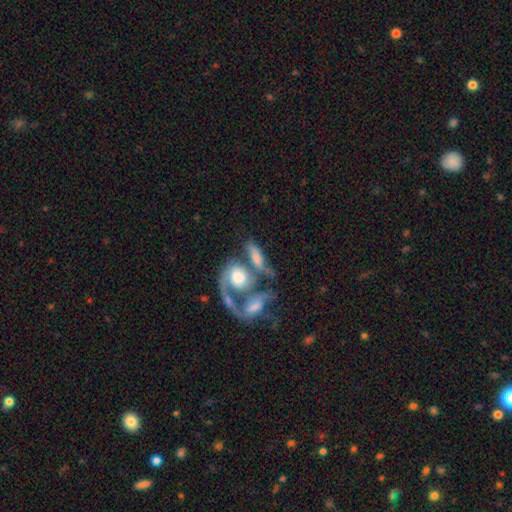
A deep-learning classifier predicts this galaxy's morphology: Smooth or featured: featured or disk — 48% (smooth — 45%)
Merging: merger — 61% (none — 19%)